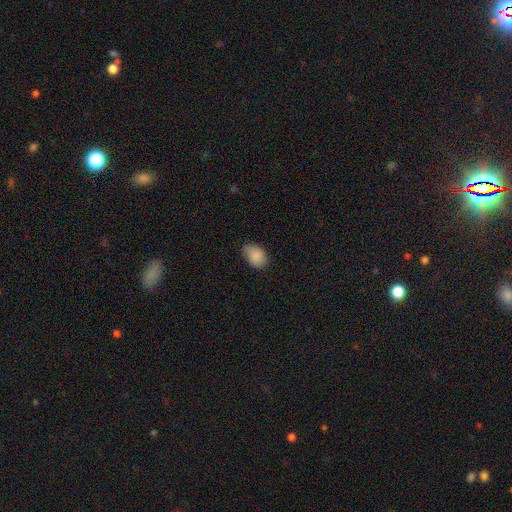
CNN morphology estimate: Overall: smooth (87%). How rounded: in between (78%). Merging: none (64%; minor disturbance 30%).